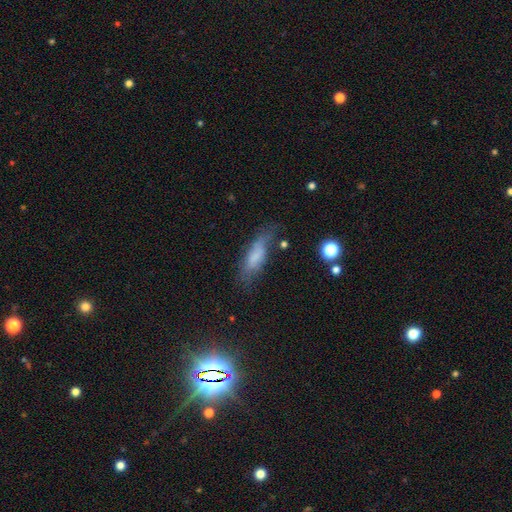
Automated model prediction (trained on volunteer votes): Smooth or featured?
  - smooth: 62% *
  - featured or disk: 28%
  - star or artifact: 11%
How rounded?
  - cigar-shaped: 52% *
  - in between: 46%
  - round: 3%
Merging?
  - none: 50% *
  - minor disturbance: 30%
  - major disturbance: 16%
  - merger: 4%